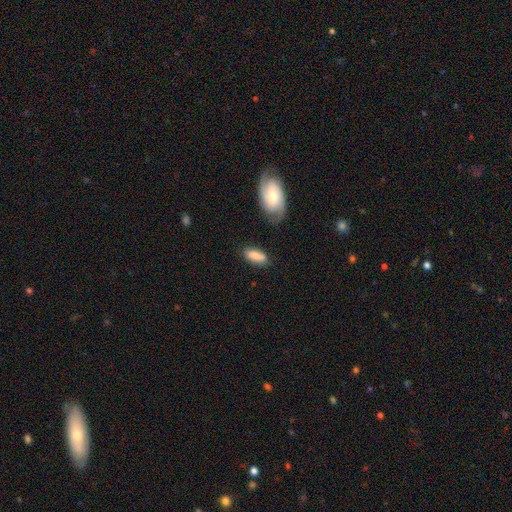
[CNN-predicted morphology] Smooth or featured? smooth (80%)
How rounded? in between (76%)
Merging? none (72%)